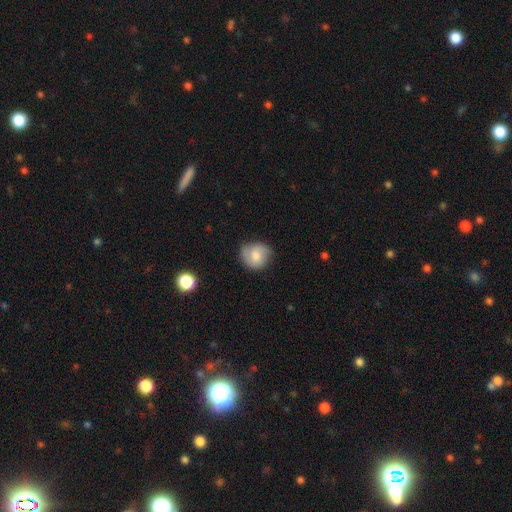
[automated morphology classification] smooth-or-featured: smooth: 67% | featured or disk: 25% | star or artifact: 8%
  how-rounded: round: 81% | in between: 18% | cigar-shaped: 1%
  merging: none: 70% | minor disturbance: 24% | major disturbance: 5% | merger: 1%